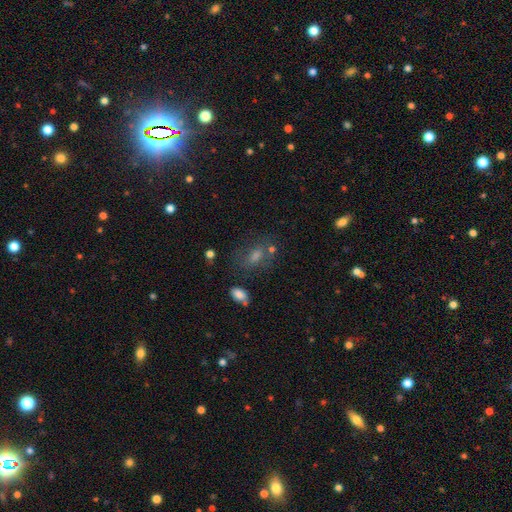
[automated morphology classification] Overall: smooth (46%; star or artifact 30%). Merging: none (62%).